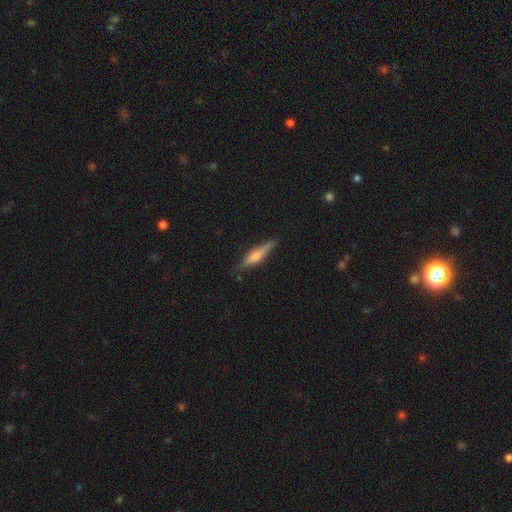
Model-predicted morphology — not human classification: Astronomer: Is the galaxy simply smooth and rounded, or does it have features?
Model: featured or disk — 54% (runner-up: smooth, 39%).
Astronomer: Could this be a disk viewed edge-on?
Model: yes — 96%.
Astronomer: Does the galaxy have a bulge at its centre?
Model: rounded — 72%.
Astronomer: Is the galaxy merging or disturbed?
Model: none — 84%.